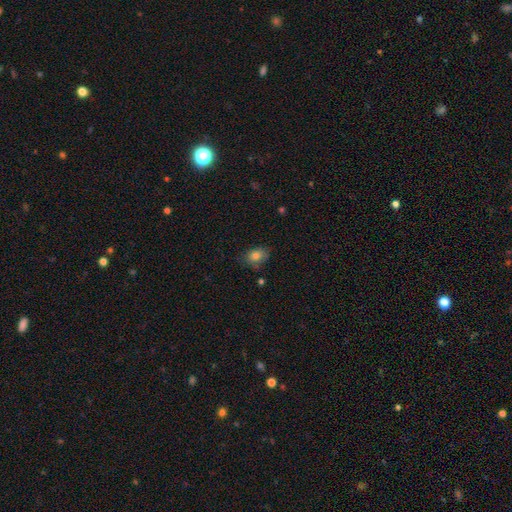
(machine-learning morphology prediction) This appears to be a smooth galaxy with no disk features (80%) that is in between round and cigar-shaped (71%). Merging: none (72%).